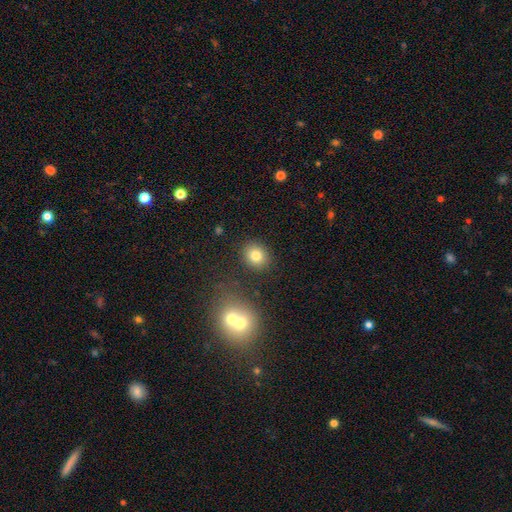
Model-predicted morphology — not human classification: Q: Smooth or featured?
A: smooth (79%); runner-up: star or artifact (11%)
Q: How rounded?
A: round (70%); runner-up: in between (29%)
Q: Merging?
A: none (85%); runner-up: minor disturbance (8%)